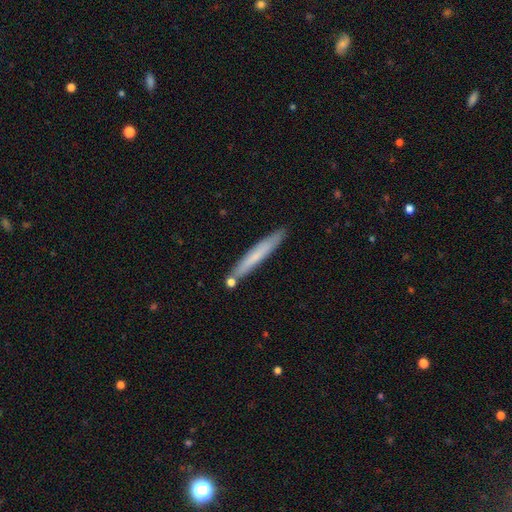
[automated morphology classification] smooth_or_featured: smooth (p=0.64) [alt: featured or disk p=0.30]
how_rounded: cigar-shaped (p=0.96) [alt: in between p=0.03]
merging: none (p=0.82) [alt: minor disturbance p=0.11]